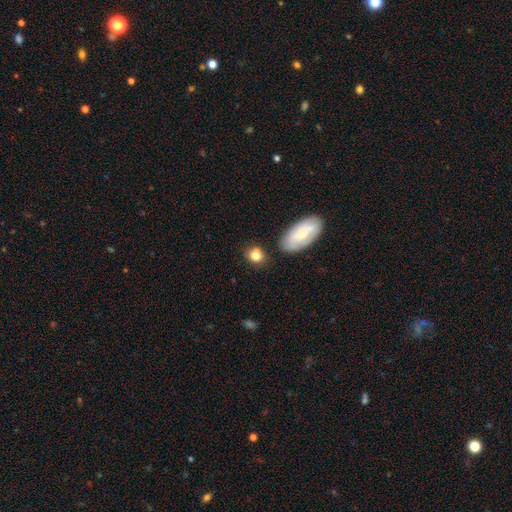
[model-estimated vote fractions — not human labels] A smooth galaxy with no disk features (82%) that is round (50%). Merging: none (71%).